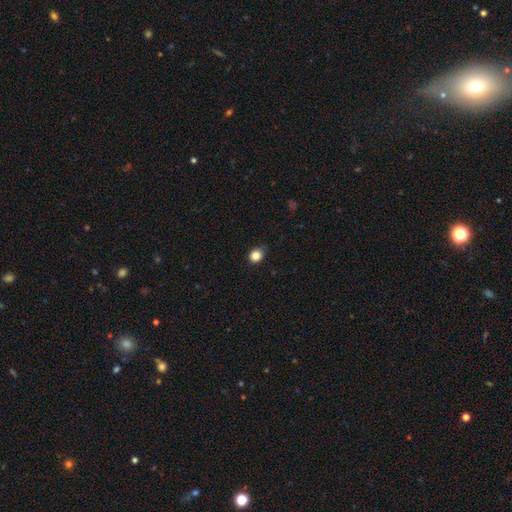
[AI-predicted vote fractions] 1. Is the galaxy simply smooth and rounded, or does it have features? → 85% smooth, 11% star or artifact, 4% featured or disk.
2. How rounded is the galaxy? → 67% round, 32% in between, 1% cigar-shaped.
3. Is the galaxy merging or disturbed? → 82% none, 14% minor disturbance, 2% major disturbance, 1% merger.